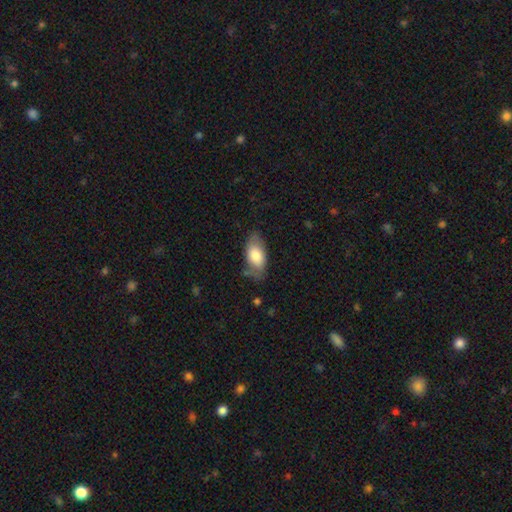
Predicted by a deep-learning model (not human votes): smooth_or_featured: smooth (p=0.73) [alt: featured or disk p=0.21]
how_rounded: in between (p=0.92) [alt: cigar-shaped p=0.05]
merging: none (p=0.64) [alt: minor disturbance p=0.26]